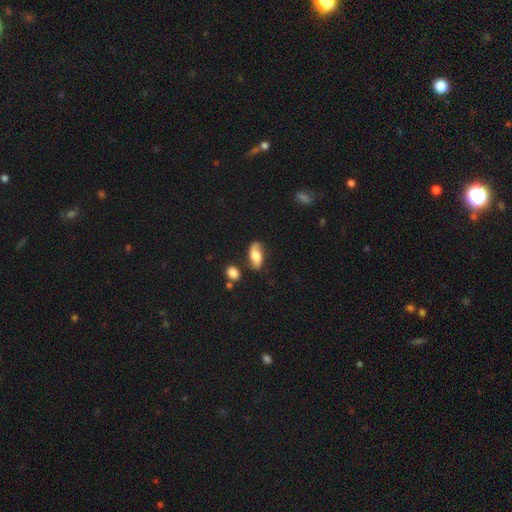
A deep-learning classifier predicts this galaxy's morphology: smooth_or_featured: smooth (p=0.54) [alt: featured or disk p=0.38]
how_rounded: in between (p=0.87) [alt: cigar-shaped p=0.08]
merging: none (p=0.69) [alt: minor disturbance p=0.20]